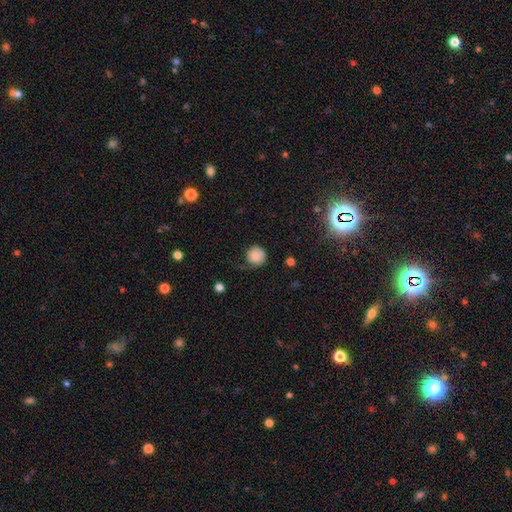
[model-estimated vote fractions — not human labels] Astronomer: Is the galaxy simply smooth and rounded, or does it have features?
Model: smooth — 82%.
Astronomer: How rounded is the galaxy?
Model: round — 91%.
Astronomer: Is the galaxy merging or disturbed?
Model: none — 65%.